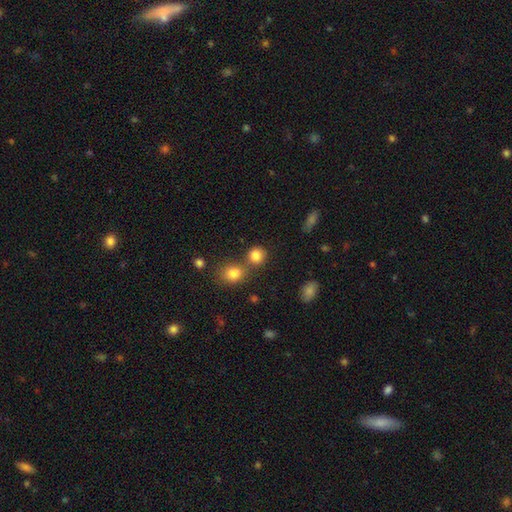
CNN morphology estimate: smooth 83%, star or artifact 11%, featured or disk 6%. Down the decision tree: how rounded — round (86%); merging — none (62%).